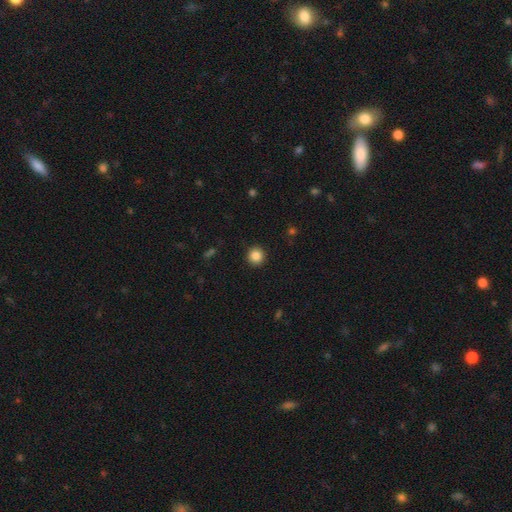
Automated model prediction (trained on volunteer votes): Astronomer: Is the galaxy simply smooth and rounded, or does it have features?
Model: smooth — 87%.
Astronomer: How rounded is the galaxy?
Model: round — 94%.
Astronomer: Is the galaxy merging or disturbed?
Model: none — 92%.